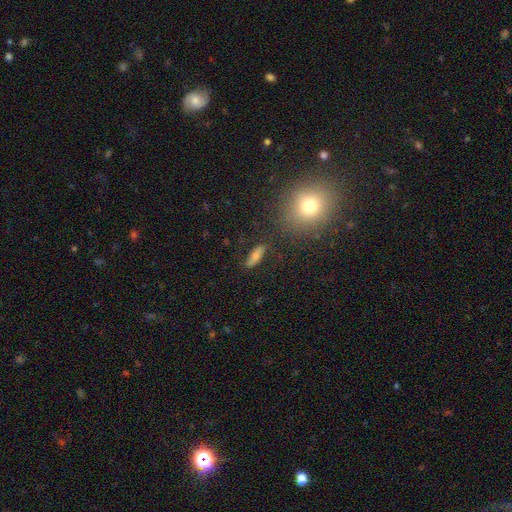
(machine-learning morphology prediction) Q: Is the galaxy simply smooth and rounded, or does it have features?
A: smooth — 65%.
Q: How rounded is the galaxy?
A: in between — 56%.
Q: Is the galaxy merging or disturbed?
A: none — 82%.